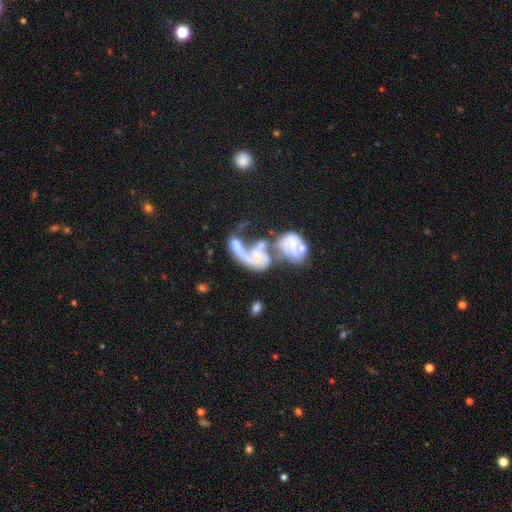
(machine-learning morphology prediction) Smooth or featured? featured or disk (71%)
Edge-on disk? no (96%)
Bar? no (66%)
Spiral arms? yes (70%)
Bulge size? none (37%)
Merging? merger (68%)